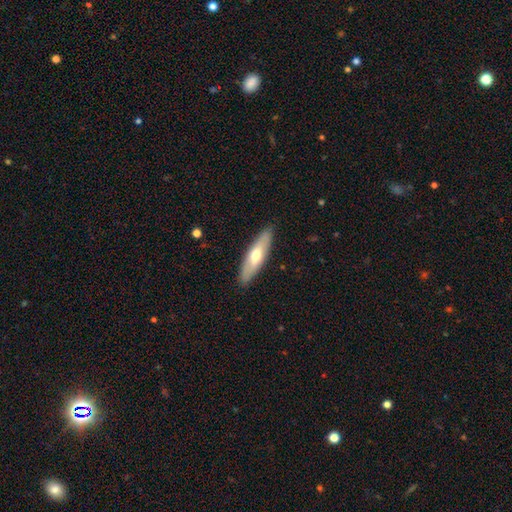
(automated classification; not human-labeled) Morphology: type=smooth (53%); roundness=cigar-shaped (63%); merging=none (89%).